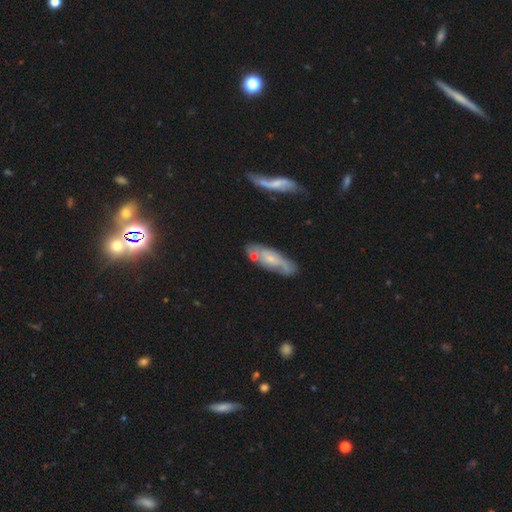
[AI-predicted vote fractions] Smooth or featured?
  - featured or disk: 55% *
  - smooth: 35%
  - star or artifact: 10%
Edge-on disk?
  - no: 75% *
  - yes: 25%
Merging?
  - none: 67% *
  - minor disturbance: 19%
  - merger: 8%
  - major disturbance: 6%